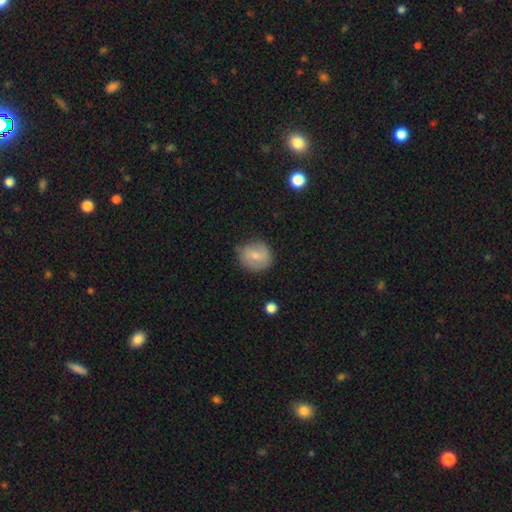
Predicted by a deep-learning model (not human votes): smooth-or-featured: smooth: 67% | featured or disk: 25% | star or artifact: 8%
  how-rounded: round: 73% | in between: 26% | cigar-shaped: 1%
  merging: none: 69% | minor disturbance: 24% | major disturbance: 6% | merger: 2%